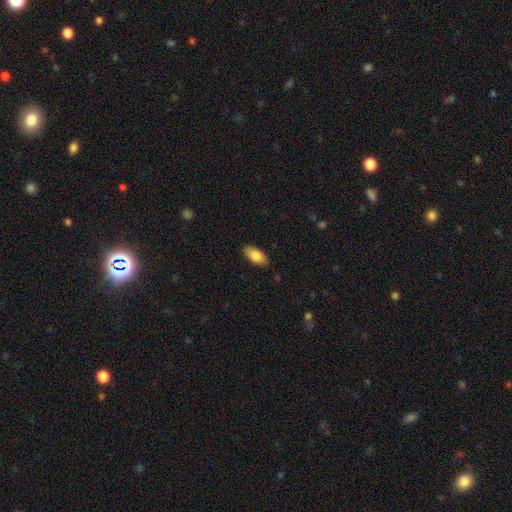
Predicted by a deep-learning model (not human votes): A smooth galaxy with no disk features (83%) that is in between round and cigar-shaped (91%).

Vote fractions:
- Smooth or featured? smooth: 83% / featured or disk: 11% / star or artifact: 6%
- How rounded? in between: 91% / cigar-shaped: 7% / round: 2%
- Merging? none: 87% / minor disturbance: 10% / major disturbance: 2% / merger: 1%